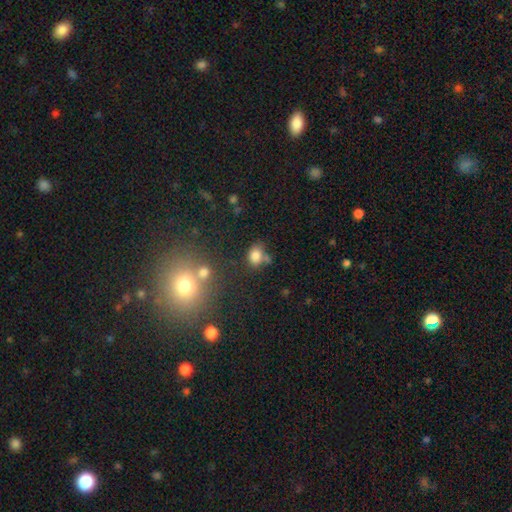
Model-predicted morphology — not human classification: smooth_or_featured: smooth (p=0.80) [alt: star or artifact p=0.13]
how_rounded: in between (p=0.58) [alt: round p=0.40]
merging: none (p=0.56) [alt: minor disturbance p=0.19]